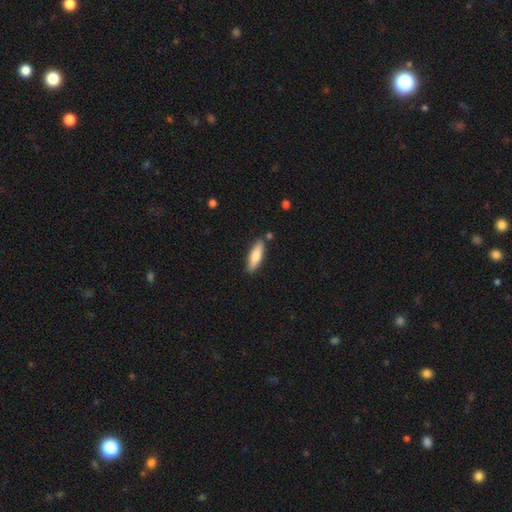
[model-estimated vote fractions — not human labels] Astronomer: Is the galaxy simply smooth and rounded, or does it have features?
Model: smooth — 74%.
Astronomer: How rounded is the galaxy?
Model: cigar-shaped — 57% (runner-up: in between, 41%).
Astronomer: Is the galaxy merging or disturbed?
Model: none — 84%.